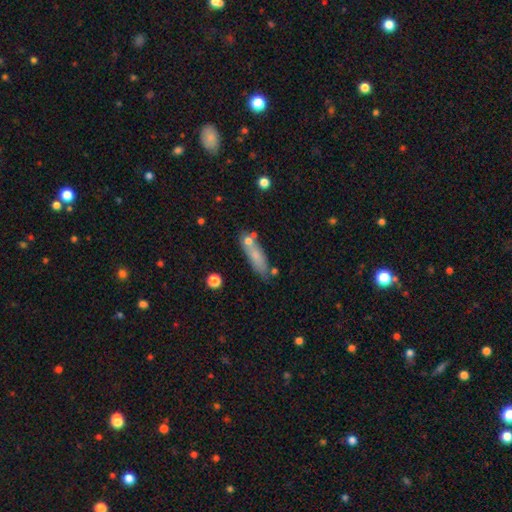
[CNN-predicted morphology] Smooth or featured: smooth — 72% (featured or disk — 19%)
How rounded: cigar-shaped — 56% (in between — 41%)
Merging: none — 60% (minor disturbance — 19%)